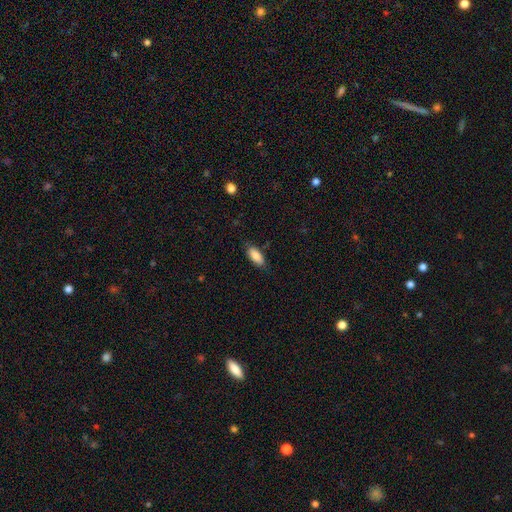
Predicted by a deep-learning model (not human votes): smooth_or_featured: smooth (p=0.85) [alt: featured or disk p=0.08]
how_rounded: in between (p=0.86) [alt: cigar-shaped p=0.12]
merging: none (p=0.81) [alt: minor disturbance p=0.15]